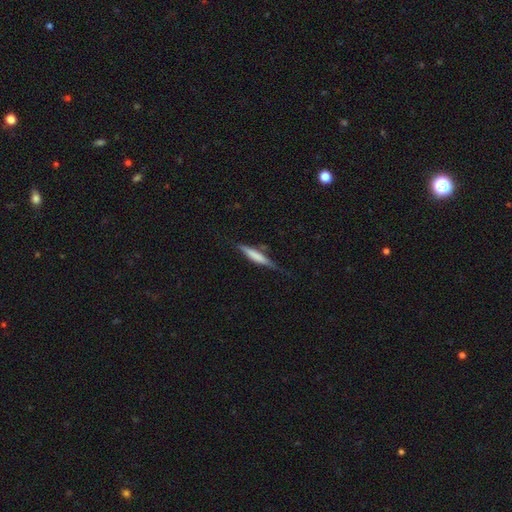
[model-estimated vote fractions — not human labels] Smooth or featured? Predicted: smooth (p=0.54). How rounded? Predicted: cigar-shaped (p=0.88). Merging? Predicted: none (p=0.68).